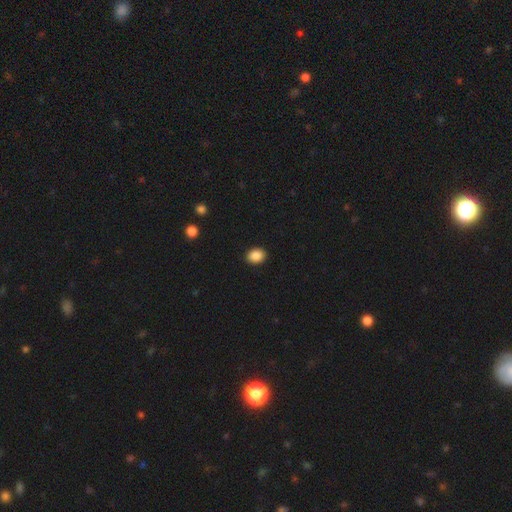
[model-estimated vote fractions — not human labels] This is clearly a smooth galaxy (88%). How rounded: possibly in between (55%). Merging: clearly none (91%).